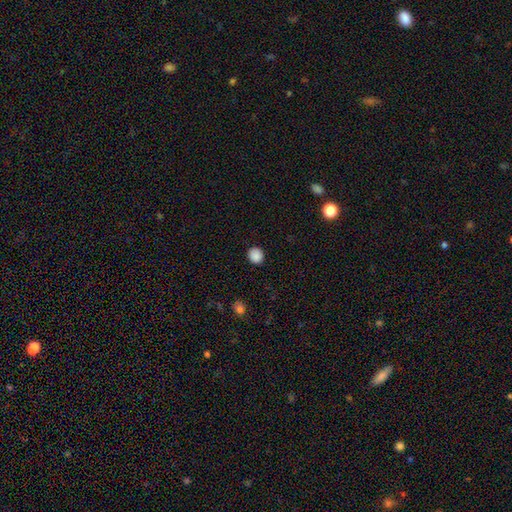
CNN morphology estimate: The model was most divided on "how rounded": round: 85%, in between: 14%, cigar-shaped: 1%. More confident: merging — none (90%); smooth or featured — smooth (88%).